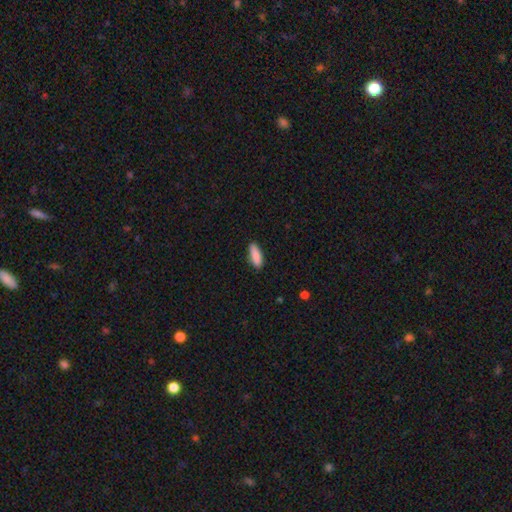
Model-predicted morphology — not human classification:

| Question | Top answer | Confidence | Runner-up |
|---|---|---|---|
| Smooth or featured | smooth | 89% | star or artifact (6%) |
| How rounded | in between | 58% | cigar-shaped (41%) |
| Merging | none | 87% | minor disturbance (10%) |